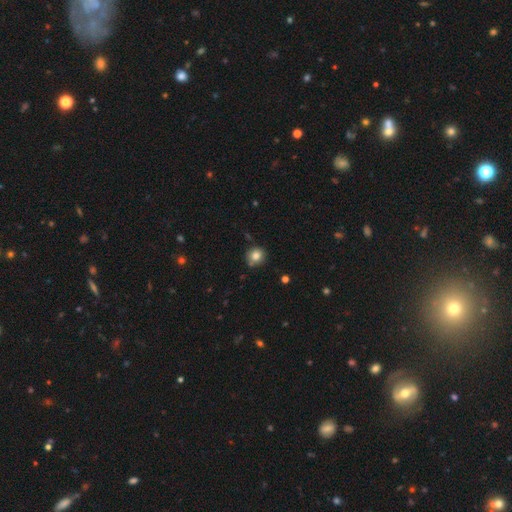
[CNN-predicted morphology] Smooth or featured?
  - smooth: 82% *
  - star or artifact: 11%
  - featured or disk: 8%
How rounded?
  - round: 88% *
  - in between: 11%
  - cigar-shaped: 1%
Merging?
  - none: 81% *
  - minor disturbance: 13%
  - merger: 3%
  - major disturbance: 2%